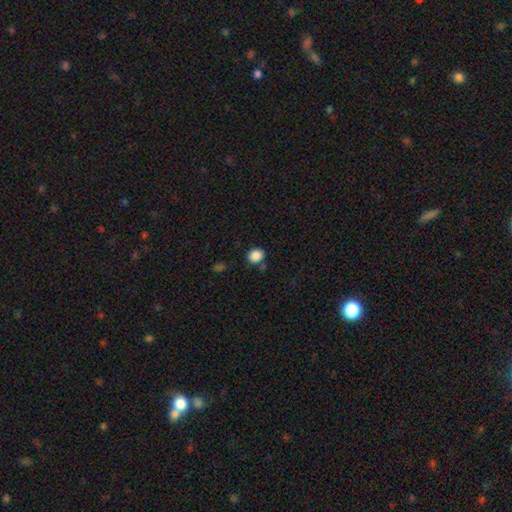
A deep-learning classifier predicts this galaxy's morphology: The model was most divided on "how rounded": round: 72%, in between: 27%, cigar-shaped: 1%. More confident: smooth or featured — smooth (87%); merging — none (77%).